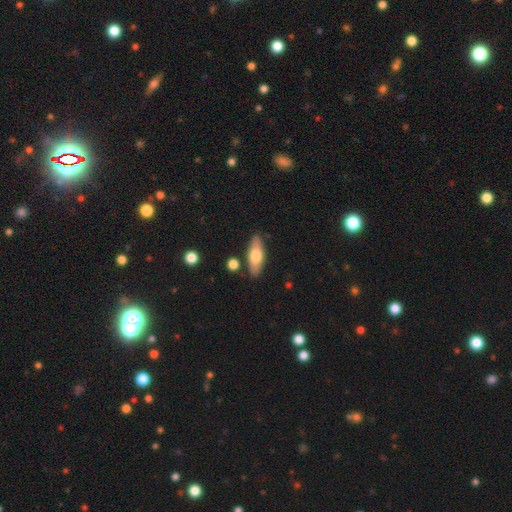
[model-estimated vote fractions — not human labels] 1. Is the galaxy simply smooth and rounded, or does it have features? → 66% smooth, 28% featured or disk, 6% star or artifact.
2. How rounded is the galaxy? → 67% in between, 30% cigar-shaped, 3% round.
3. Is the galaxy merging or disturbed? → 83% none, 11% minor disturbance, 4% merger, 2% major disturbance.